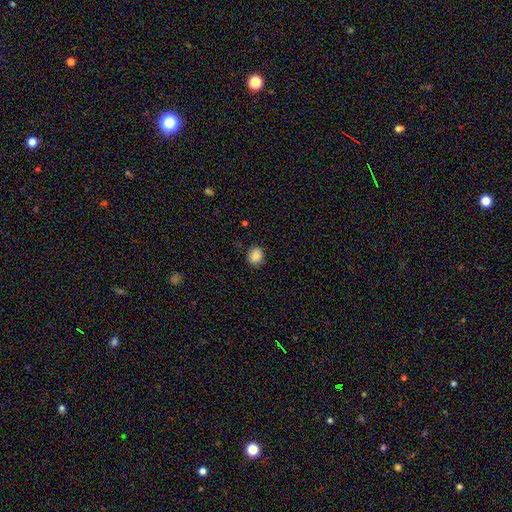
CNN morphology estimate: smooth-or-featured: smooth: 87% | star or artifact: 10% | featured or disk: 3%
  how-rounded: round: 81% | in between: 18% | cigar-shaped: 1%
  merging: none: 88% | minor disturbance: 9% | major disturbance: 2% | merger: 1%